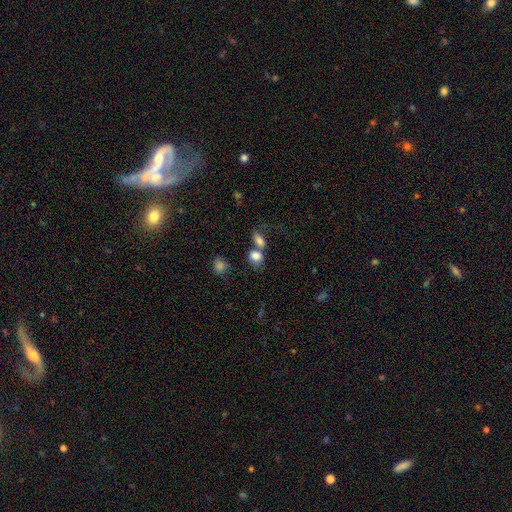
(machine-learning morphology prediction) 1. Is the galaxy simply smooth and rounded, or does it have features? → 80% smooth, 11% star or artifact, 9% featured or disk.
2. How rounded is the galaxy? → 59% in between, 38% round, 2% cigar-shaped.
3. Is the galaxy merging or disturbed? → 45% merger, 36% none, 11% minor disturbance, 7% major disturbance.